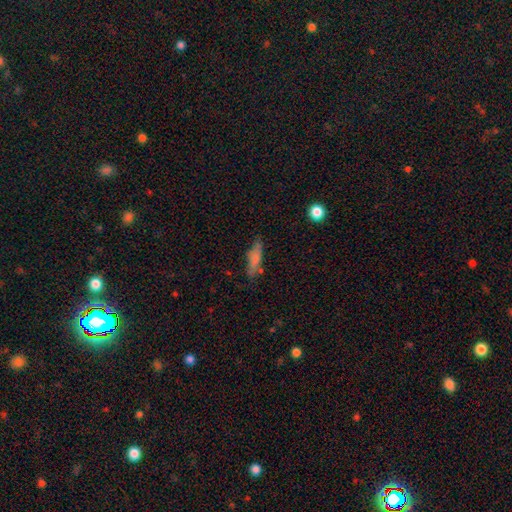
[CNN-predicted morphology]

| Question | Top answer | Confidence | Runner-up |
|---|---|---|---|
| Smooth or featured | smooth | 65% | featured or disk (25%) |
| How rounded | cigar-shaped | 73% | in between (25%) |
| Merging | none | 76% | minor disturbance (17%) |